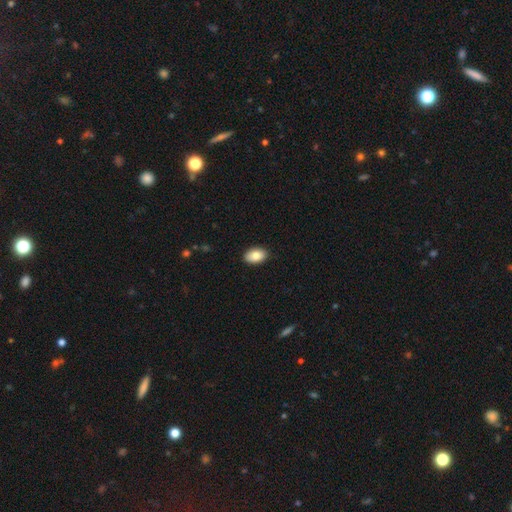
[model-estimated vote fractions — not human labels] Q: Smooth or featured?
A: smooth (85%); runner-up: featured or disk (8%)
Q: How rounded?
A: in between (91%); runner-up: round (8%)
Q: Merging?
A: none (89%); runner-up: minor disturbance (8%)